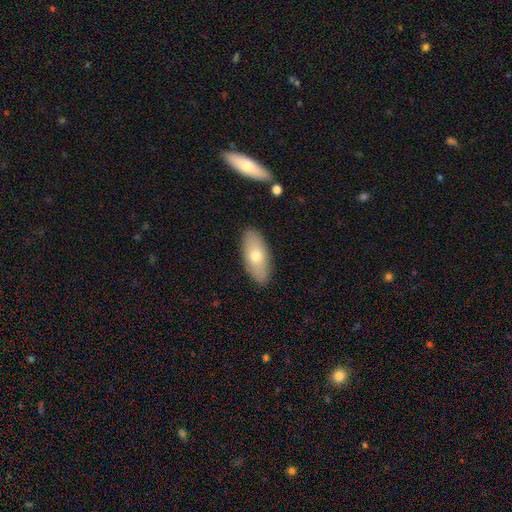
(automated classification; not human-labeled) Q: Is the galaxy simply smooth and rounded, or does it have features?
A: smooth — 68%.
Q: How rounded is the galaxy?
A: in between — 86%.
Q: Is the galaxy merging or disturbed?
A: none — 88%.